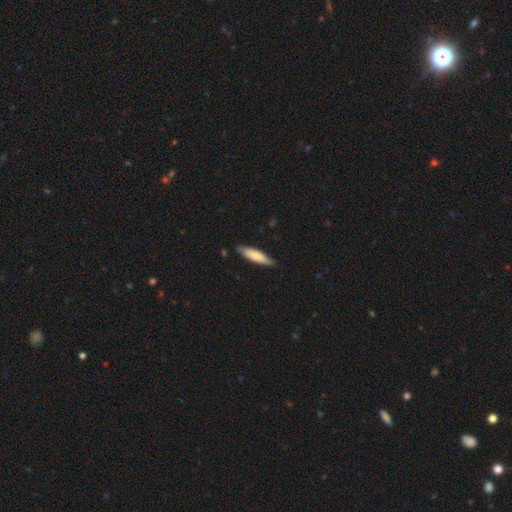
This is likely a smooth galaxy (74%). How rounded: possibly cigar-shaped (55%). Merging: likely none (77%).